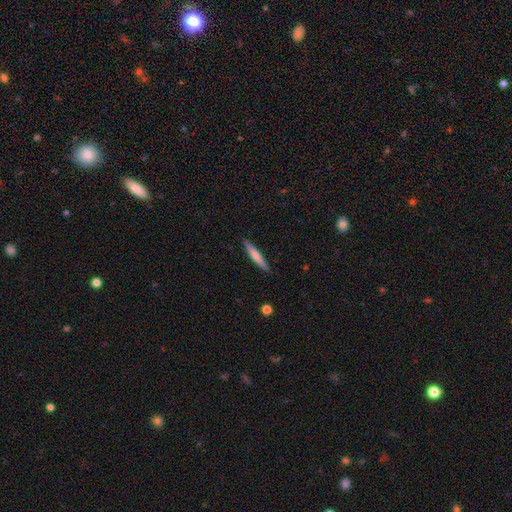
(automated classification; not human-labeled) Smooth or featured?
  - smooth: 67% *
  - featured or disk: 28%
  - star or artifact: 5%
How rounded?
  - cigar-shaped: 93% *
  - in between: 5%
  - round: 1%
Merging?
  - none: 90% *
  - minor disturbance: 8%
  - major disturbance: 1%
  - merger: 1%